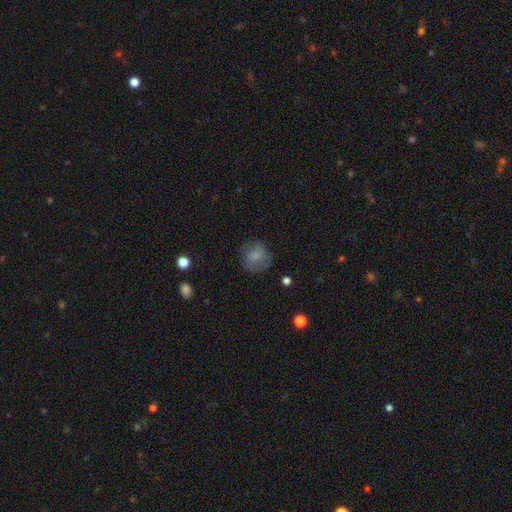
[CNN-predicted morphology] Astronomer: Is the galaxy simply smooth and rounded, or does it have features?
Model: smooth — 71%.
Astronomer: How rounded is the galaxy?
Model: round — 80%.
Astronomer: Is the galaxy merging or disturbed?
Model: none — 71%.